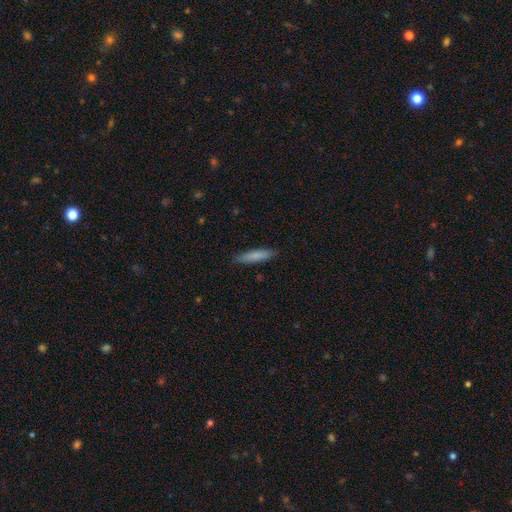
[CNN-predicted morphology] This is likely a smooth galaxy (79%). How rounded: clearly cigar-shaped (82%). Merging: clearly none (86%).